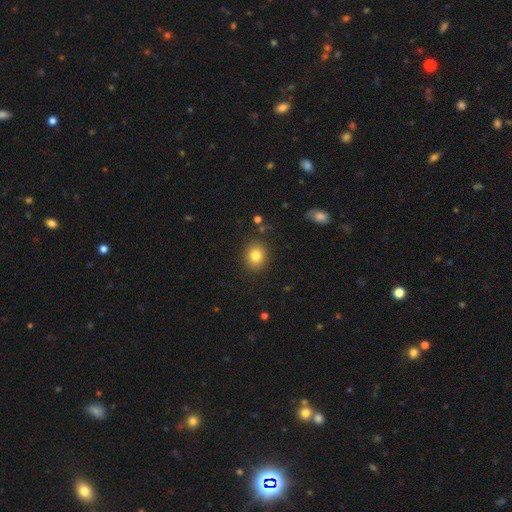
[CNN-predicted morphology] Smooth or featured? smooth (82%)
How rounded? round (71%)
Merging? none (88%)